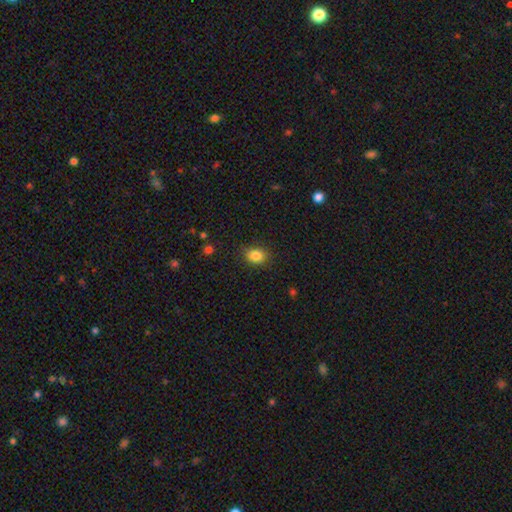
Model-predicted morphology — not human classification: Overall: smooth (84%). How rounded: in between (50%; round 49%). Merging: none (83%).